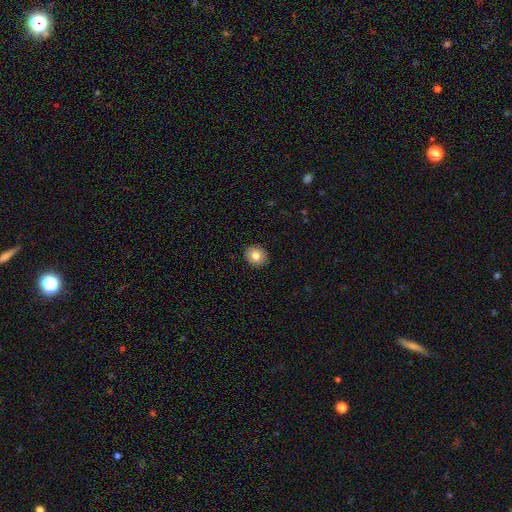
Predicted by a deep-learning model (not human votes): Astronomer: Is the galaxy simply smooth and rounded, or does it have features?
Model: smooth — 80%.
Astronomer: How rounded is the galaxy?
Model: round — 78%.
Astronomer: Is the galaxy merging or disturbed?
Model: none — 91%.